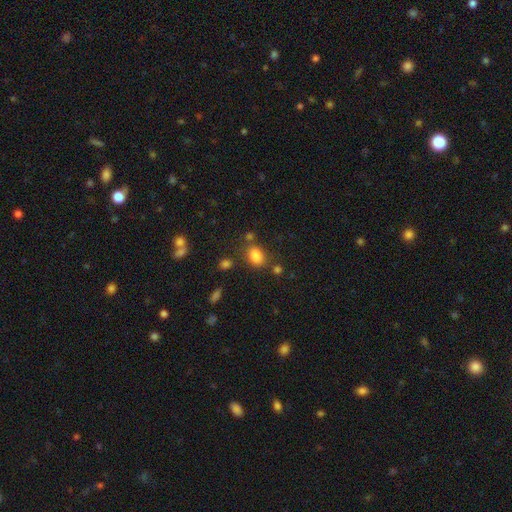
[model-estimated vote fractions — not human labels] A smooth galaxy with no disk features (83%) that is in between round and cigar-shaped (75%). Merging: none (69%).